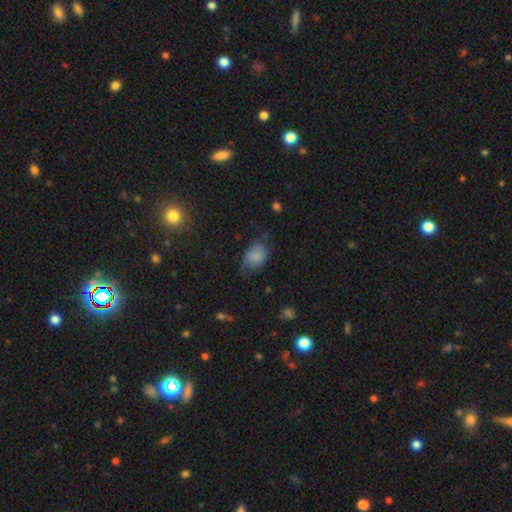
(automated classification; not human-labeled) smooth 79%, featured or disk 12%, star or artifact 10%. Down the decision tree: how rounded — in between (74%); merging — none (54%).